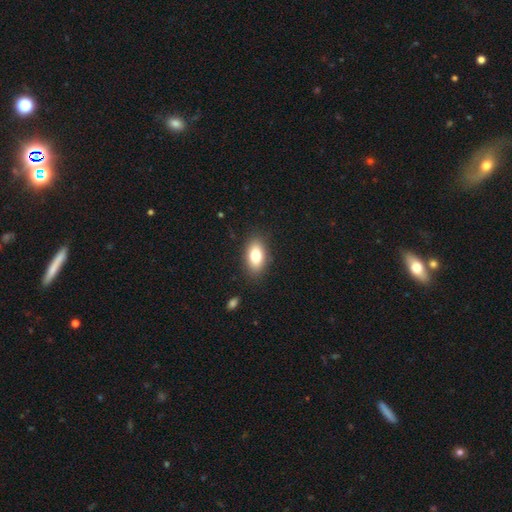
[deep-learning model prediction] This is likely a smooth galaxy (79%). How rounded: clearly in between (89%). Merging: clearly none (86%).